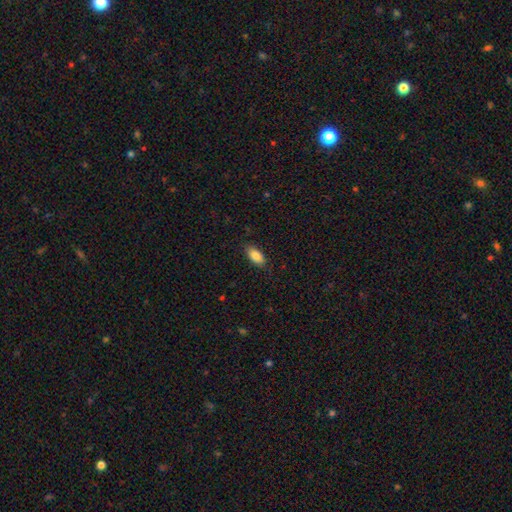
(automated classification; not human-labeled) smooth-or-featured: smooth: 86% | featured or disk: 7% | star or artifact: 7%
  how-rounded: in between: 90% | cigar-shaped: 7% | round: 3%
  merging: none: 83% | minor disturbance: 13% | major disturbance: 3% | merger: 1%